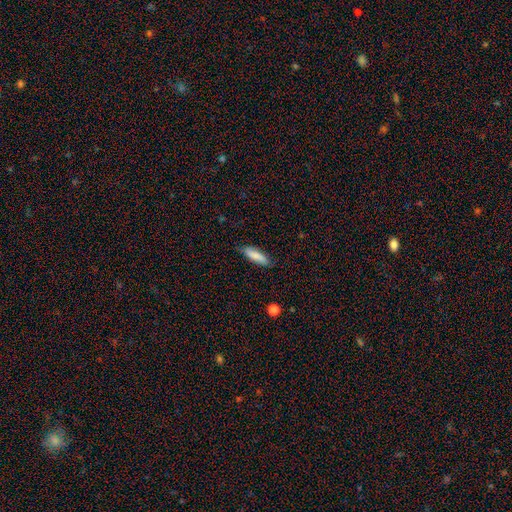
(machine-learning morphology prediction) A smooth galaxy with no disk features (81%) that is cigar-shaped (58%).

Vote fractions:
- Smooth or featured? smooth: 81% / featured or disk: 13% / star or artifact: 6%
- How rounded? cigar-shaped: 58% / in between: 40% / round: 2%
- Merging? none: 79% / minor disturbance: 17% / major disturbance: 3% / merger: 1%